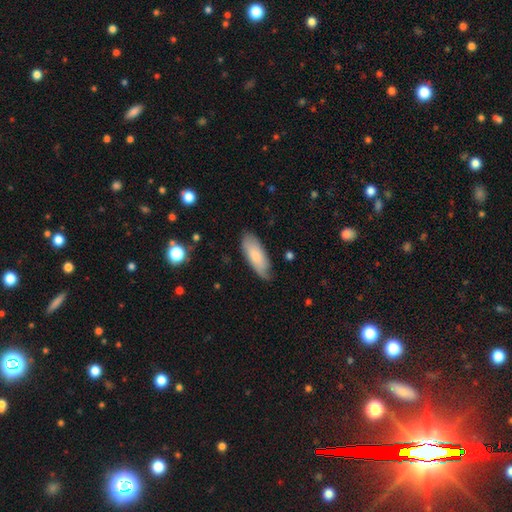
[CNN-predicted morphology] Smooth or featured? smooth (73%)
How rounded? in between (73%)
Merging? none (72%)